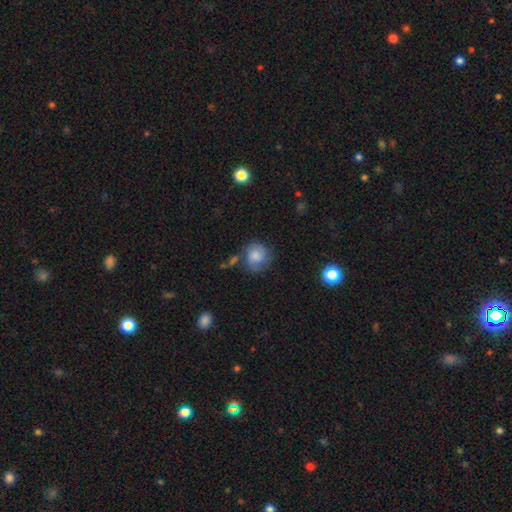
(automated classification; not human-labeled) This appears to be a smooth galaxy with no disk features (59%) that is round (83%). Merging: none (62%).